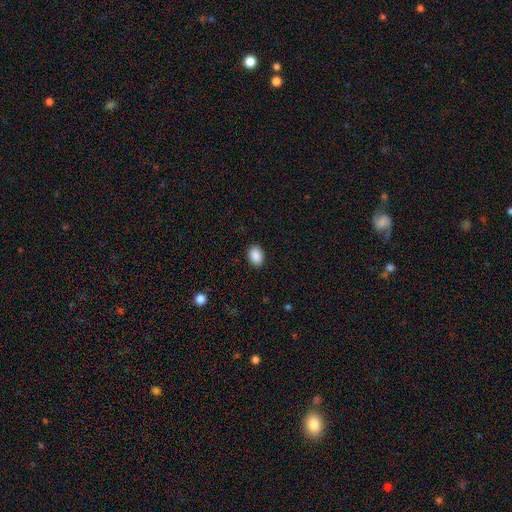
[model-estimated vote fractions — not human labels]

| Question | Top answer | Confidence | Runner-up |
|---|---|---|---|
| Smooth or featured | smooth | 89% | star or artifact (8%) |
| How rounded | in between | 76% | round (23%) |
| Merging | none | 90% | minor disturbance (7%) |